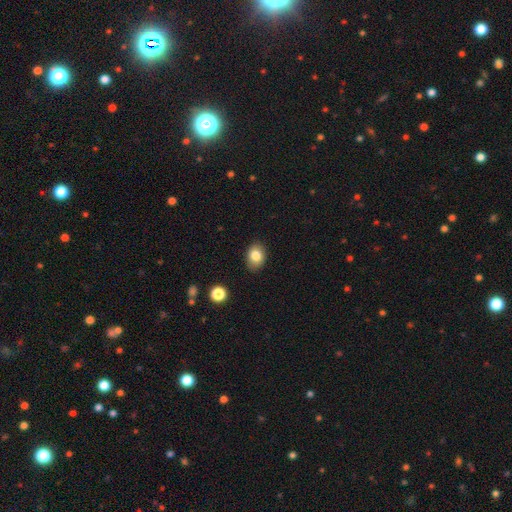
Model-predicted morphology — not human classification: Smooth or featured? smooth (82%)
How rounded? in between (69%)
Merging? none (85%)